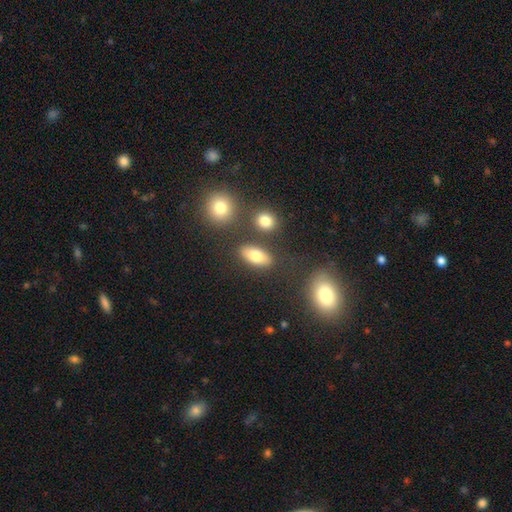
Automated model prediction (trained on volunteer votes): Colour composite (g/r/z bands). It shows a smooth galaxy with no disk features (76%) that is in between round and cigar-shaped (84%). Merging: none (79%).